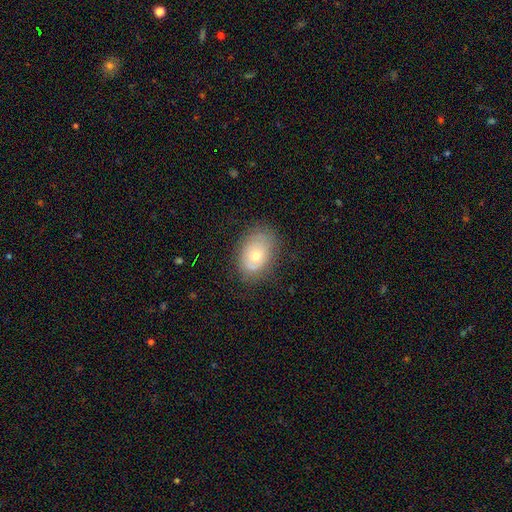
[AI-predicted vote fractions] This appears to be a smooth galaxy with no disk features (52%) that is in between round and cigar-shaped (80%). Merging: none (73%).